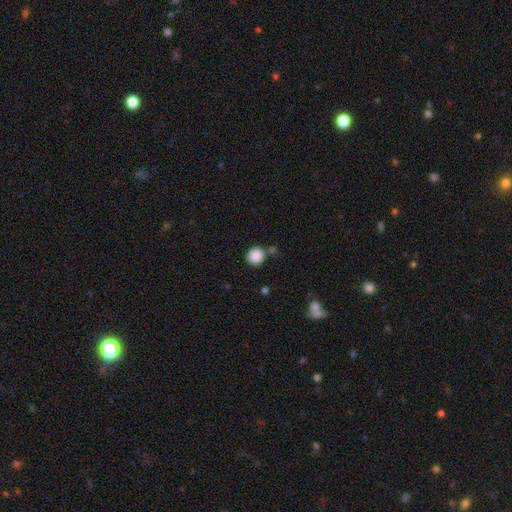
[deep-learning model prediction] Smooth or featured?
  - smooth: 87% *
  - star or artifact: 9%
  - featured or disk: 4%
How rounded?
  - round: 92% *
  - in between: 7%
  - cigar-shaped: 1%
Merging?
  - none: 74% *
  - merger: 11%
  - minor disturbance: 11%
  - major disturbance: 4%